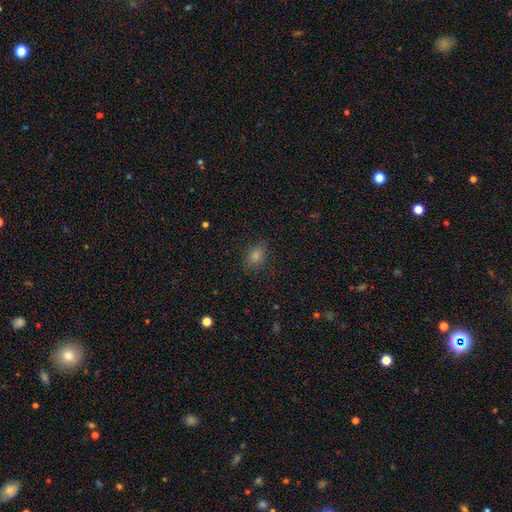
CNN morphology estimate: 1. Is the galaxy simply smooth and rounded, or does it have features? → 74% smooth, 20% star or artifact, 6% featured or disk.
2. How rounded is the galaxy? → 53% in between, 45% round, 1% cigar-shaped.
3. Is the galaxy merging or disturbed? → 87% none, 9% minor disturbance, 2% major disturbance, 1% merger.